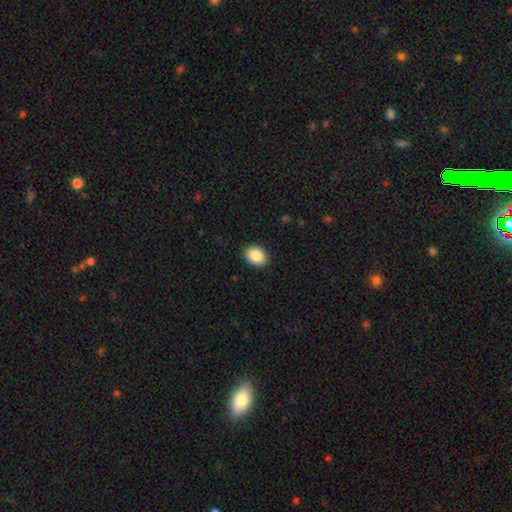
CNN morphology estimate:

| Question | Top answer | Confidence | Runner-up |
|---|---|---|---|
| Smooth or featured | smooth | 88% | star or artifact (7%) |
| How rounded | in between | 65% | round (34%) |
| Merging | none | 91% | minor disturbance (7%) |